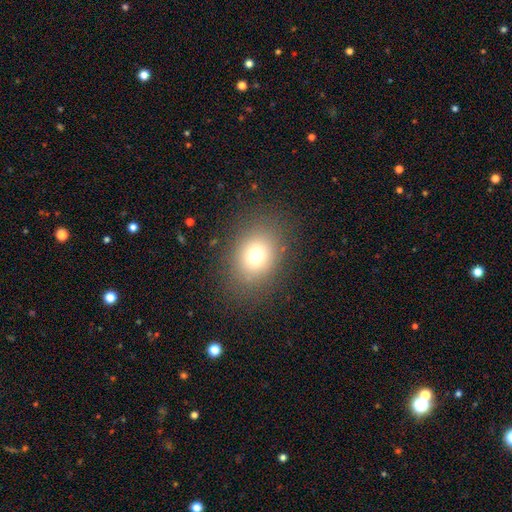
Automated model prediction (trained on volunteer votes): Q: Smooth or featured?
A: smooth (73%); runner-up: star or artifact (16%)
Q: How rounded?
A: in between (51%); runner-up: round (48%)
Q: Merging?
A: none (83%); runner-up: minor disturbance (10%)